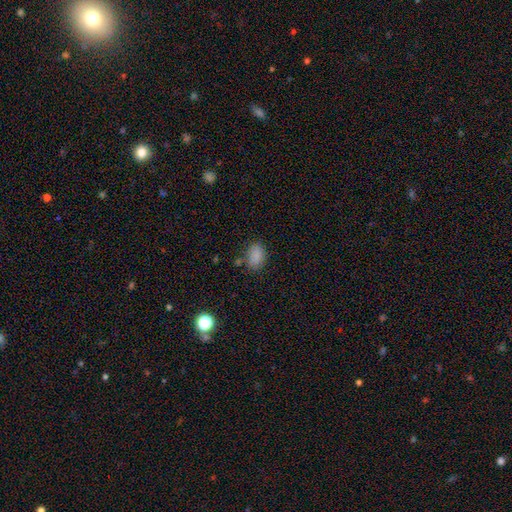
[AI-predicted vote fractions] The model was most divided on "merging": none: 71%, minor disturbance: 18%, merger: 6%, major disturbance: 5%. More confident: how rounded — in between (85%); smooth or featured — smooth (84%).